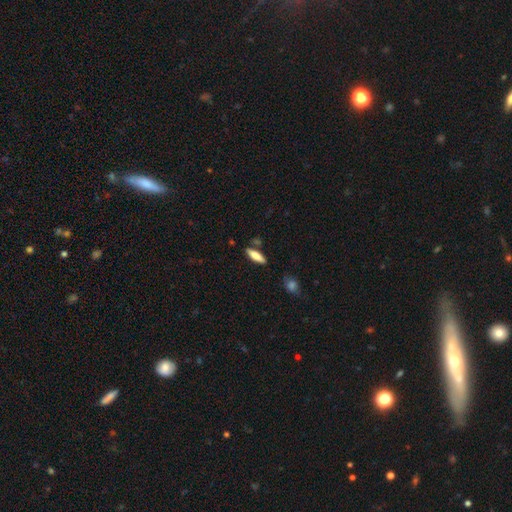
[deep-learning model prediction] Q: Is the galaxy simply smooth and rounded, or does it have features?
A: smooth — 76%.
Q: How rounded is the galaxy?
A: cigar-shaped — 54%.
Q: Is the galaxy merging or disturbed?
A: none — 81%.